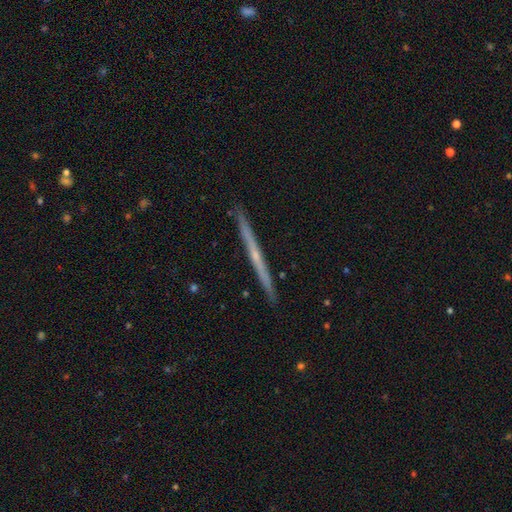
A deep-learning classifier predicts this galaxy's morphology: Smooth or featured: featured or disk — 73% (smooth — 21%)
Edge-on disk: yes — 98% (no — 2%)
Edge-on bulge: none — 59% (rounded — 37%)
Merging: none — 92% (minor disturbance — 6%)